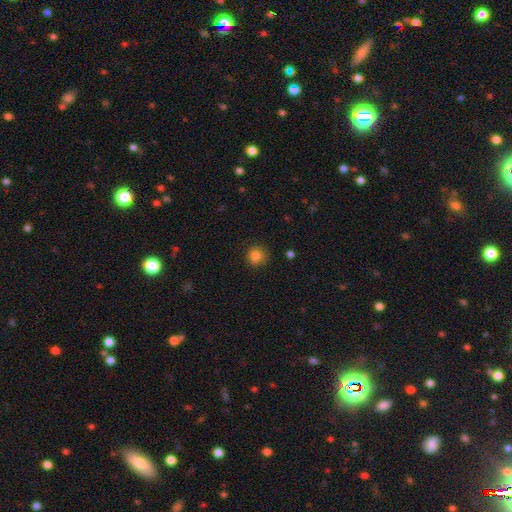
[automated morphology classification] A smooth galaxy with no disk features (83%) that is round (92%). Merging: none (86%).